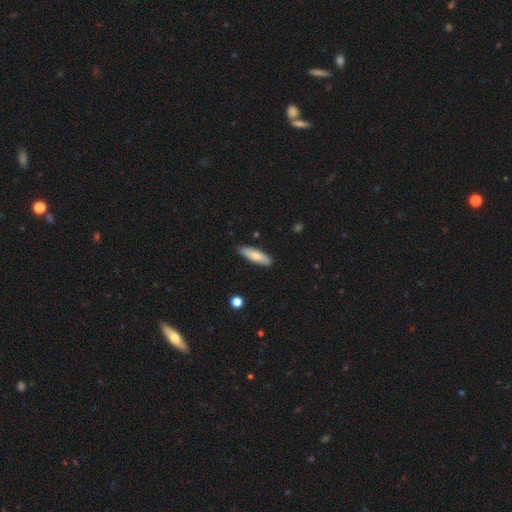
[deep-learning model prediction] Overall: smooth (75%). How rounded: cigar-shaped (60%; in between 38%). Merging: none (87%).